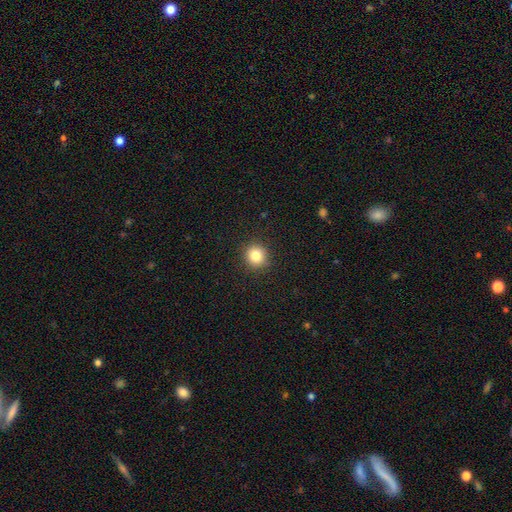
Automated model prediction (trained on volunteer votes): smooth_or_featured: smooth (p=0.83) [alt: star or artifact p=0.11]
how_rounded: round (p=0.90) [alt: in between p=0.10]
merging: none (p=0.91) [alt: minor disturbance p=0.06]